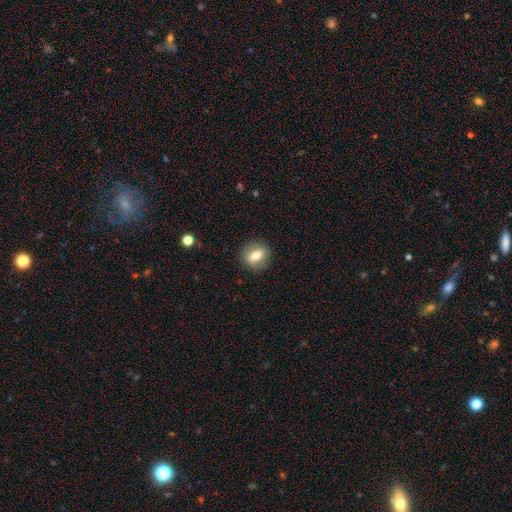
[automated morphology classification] The model was most divided on "how rounded": round: 60%, in between: 37%, cigar-shaped: 3%. More confident: merging — none (86%); smooth or featured — smooth (65%).